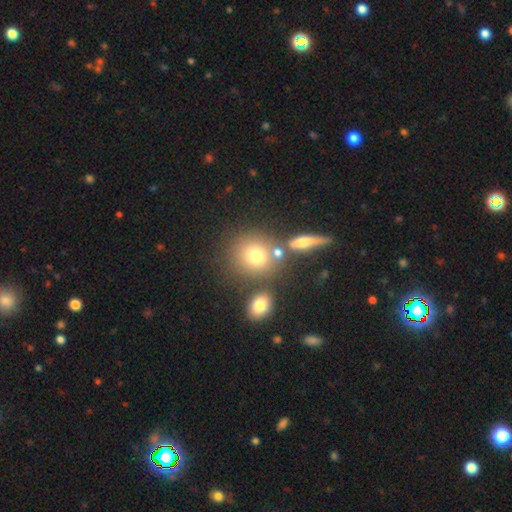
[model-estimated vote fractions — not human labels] This is likely a smooth galaxy (72%). How rounded: clearly round (84%). Merging: likely none (64%).